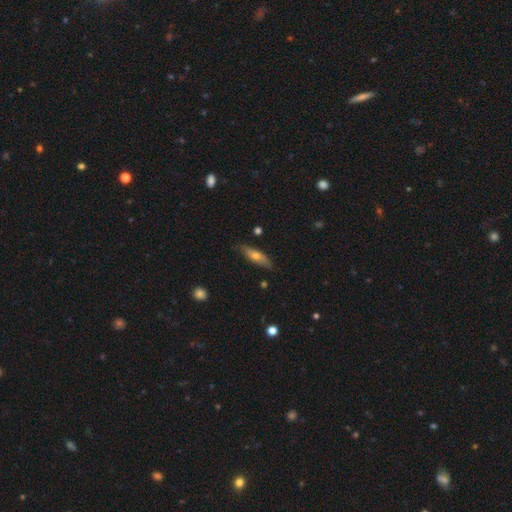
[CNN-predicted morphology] smooth_or_featured: smooth (p=0.58) [alt: featured or disk p=0.35]
how_rounded: cigar-shaped (p=0.56) [alt: in between p=0.41]
merging: none (p=0.83) [alt: minor disturbance p=0.14]